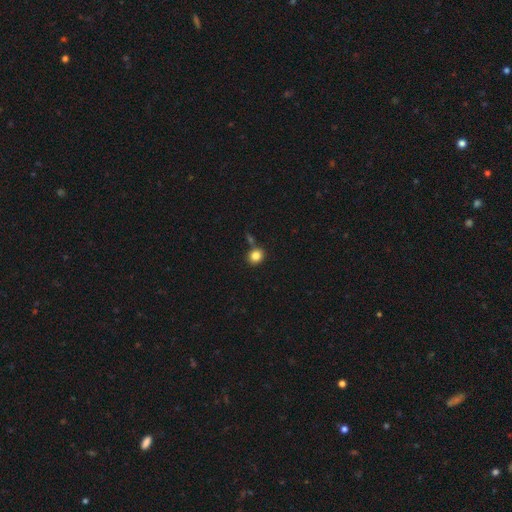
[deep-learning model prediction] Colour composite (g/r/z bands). It shows a smooth galaxy with no disk features (83%) that is round (74%). Merging: none (73%).